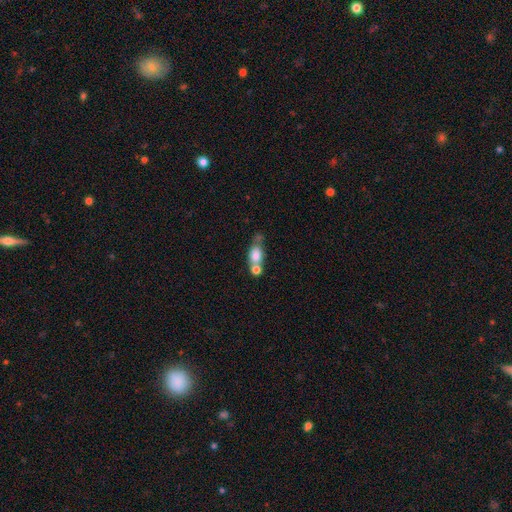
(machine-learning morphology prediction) This appears to be a smooth galaxy with no disk features (73%) that is in between round and cigar-shaped (63%). Merging: merger (52%).